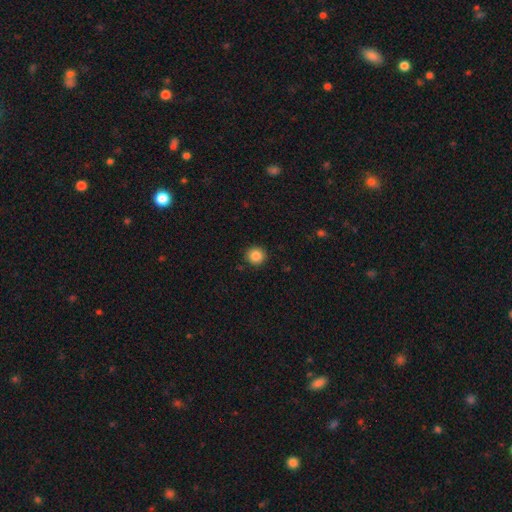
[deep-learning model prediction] smooth 86%, star or artifact 10%, featured or disk 4%. Down the decision tree: how rounded — round (95%); merging — none (92%).